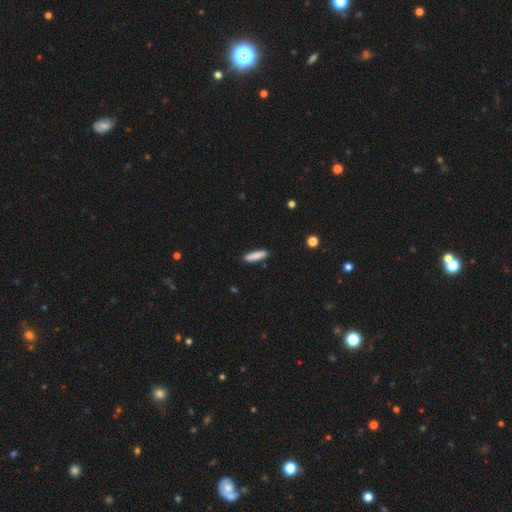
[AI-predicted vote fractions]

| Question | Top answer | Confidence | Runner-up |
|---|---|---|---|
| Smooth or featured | smooth | 86% | featured or disk (8%) |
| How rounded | cigar-shaped | 76% | in between (22%) |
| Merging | none | 88% | minor disturbance (9%) |